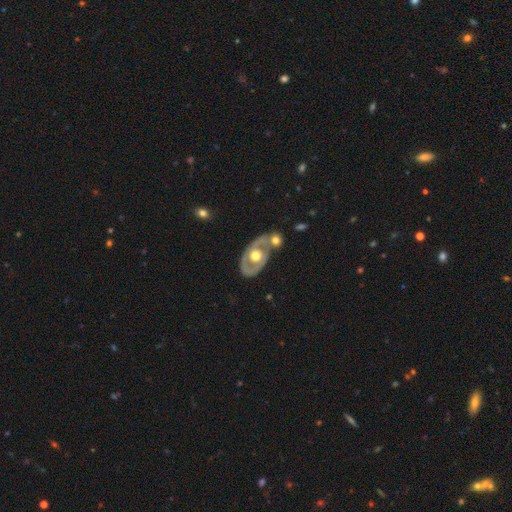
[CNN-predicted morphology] Smooth or featured? featured or disk (73%)
Edge-on disk? no (93%)
Bar? no (83%)
Spiral arms? no (51%)
Bulge size? moderate (70%)
Merging? none (44%)